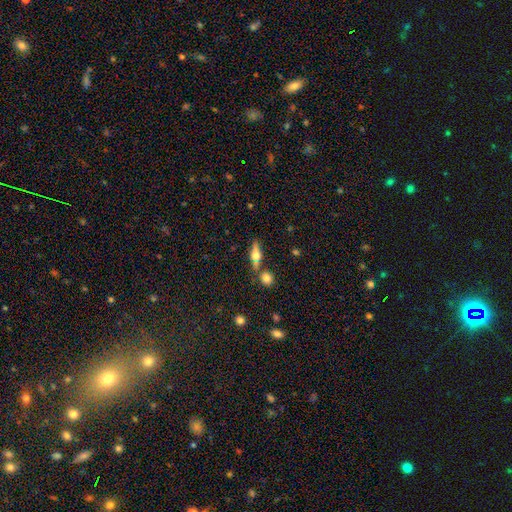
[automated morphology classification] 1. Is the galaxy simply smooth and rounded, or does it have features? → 46% featured or disk, 45% smooth, 9% star or artifact.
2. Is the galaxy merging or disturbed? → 67% none, 18% merger, 12% minor disturbance, 4% major disturbance.